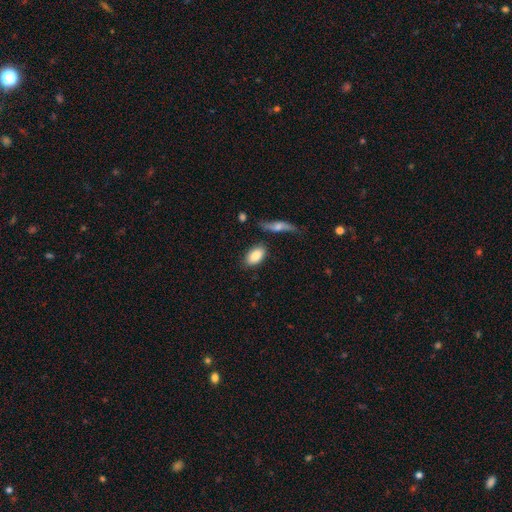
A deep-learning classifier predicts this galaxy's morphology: Overall: smooth (86%). How rounded: in between (91%). Merging: none (79%).